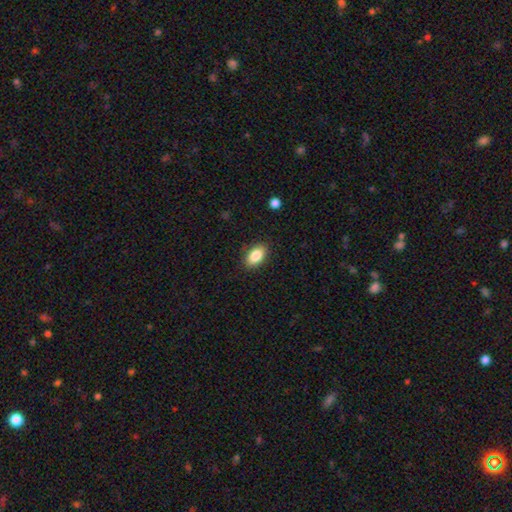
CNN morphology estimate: smooth_or_featured: smooth (p=0.86) [alt: star or artifact p=0.07]
how_rounded: in between (p=0.92) [alt: round p=0.06]
merging: none (p=0.87) [alt: minor disturbance p=0.09]